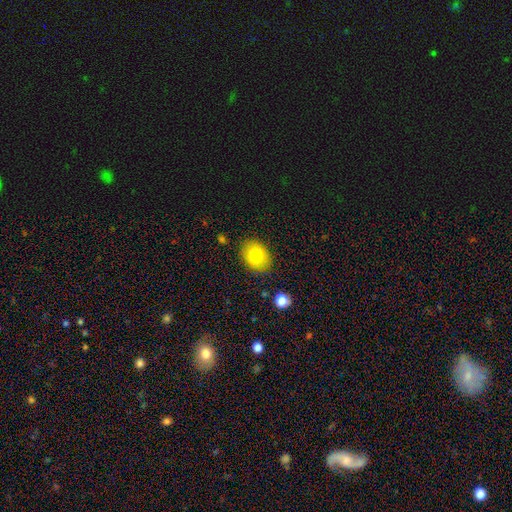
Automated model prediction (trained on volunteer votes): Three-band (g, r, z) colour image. It shows a smooth galaxy with no disk features (81%) that is in between round and cigar-shaped (66%). Merging: none (85%).